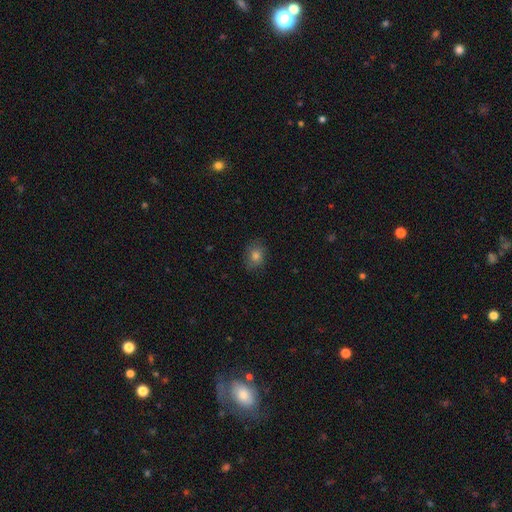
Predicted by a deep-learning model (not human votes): smooth 76%, star or artifact 13%, featured or disk 11%. Down the decision tree: how rounded — in between (54%); merging — none (82%).